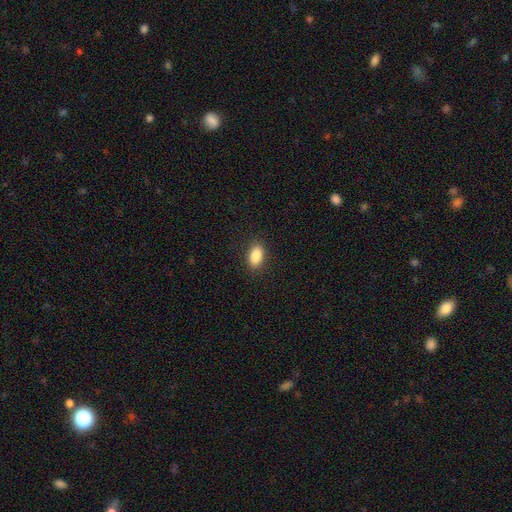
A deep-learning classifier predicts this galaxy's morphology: Overall: smooth (87%). How rounded: in between (90%). Merging: none (89%).